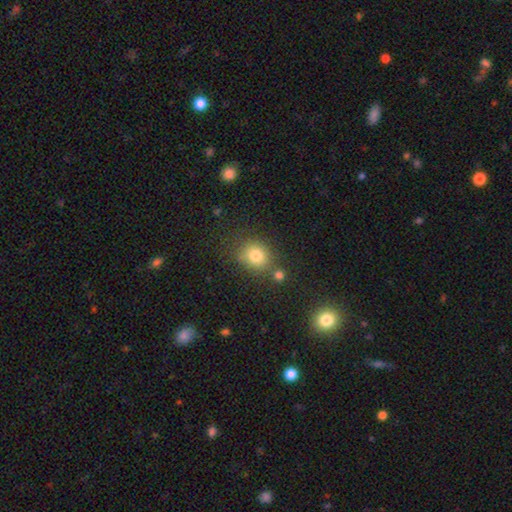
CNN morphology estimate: Q: Smooth or featured?
A: smooth (78%); runner-up: star or artifact (13%)
Q: How rounded?
A: round (72%); runner-up: in between (27%)
Q: Merging?
A: none (69%); runner-up: minor disturbance (13%)